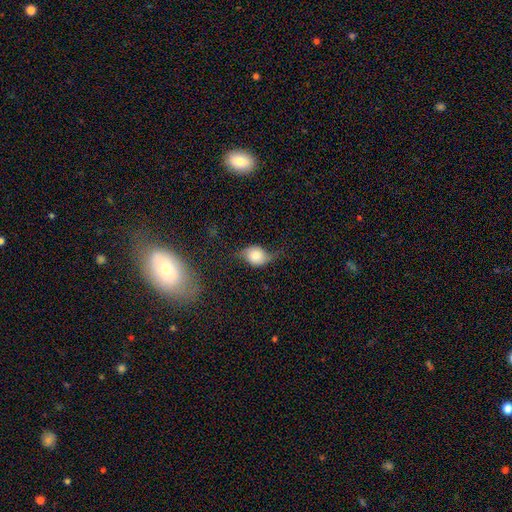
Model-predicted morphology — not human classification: smooth-or-featured: smooth: 46% | featured or disk: 45% | star or artifact: 10%
  merging: none: 46% | minor disturbance: 32% | major disturbance: 19% | merger: 3%